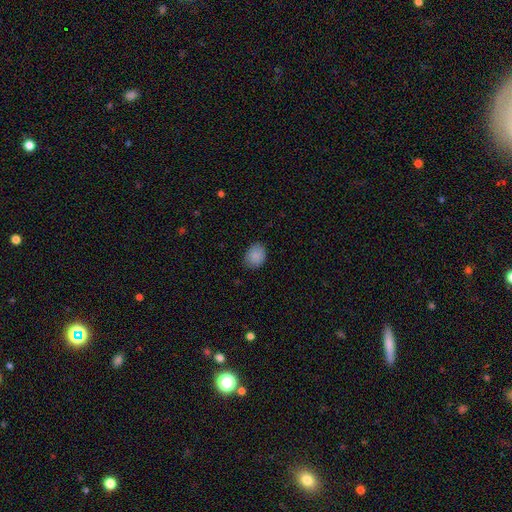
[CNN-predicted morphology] This is clearly a smooth galaxy (88%). How rounded: possibly in between (52%). Merging: clearly none (82%).